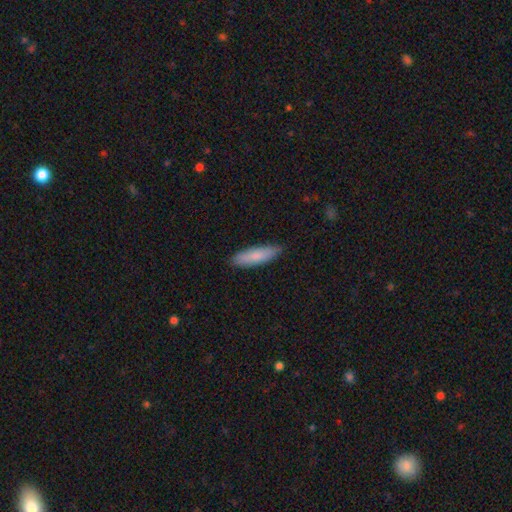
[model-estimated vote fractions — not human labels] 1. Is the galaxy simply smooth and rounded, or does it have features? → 83% smooth, 12% featured or disk, 5% star or artifact.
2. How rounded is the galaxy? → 65% cigar-shaped, 34% in between, 2% round.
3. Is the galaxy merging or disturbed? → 85% none, 12% minor disturbance, 2% major disturbance, 1% merger.